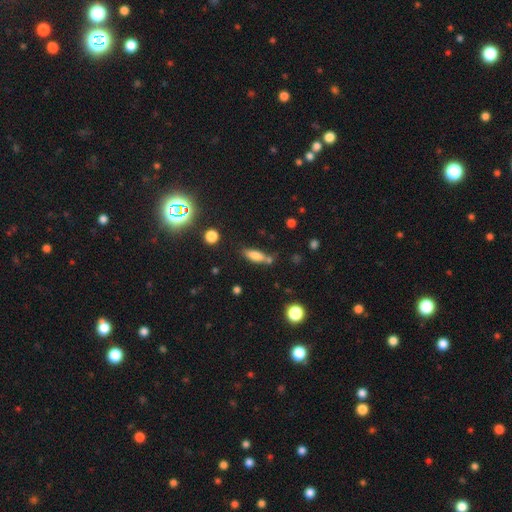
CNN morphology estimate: Overall: smooth (75%). How rounded: in between (61%; cigar-shaped 36%). Merging: none (62%).